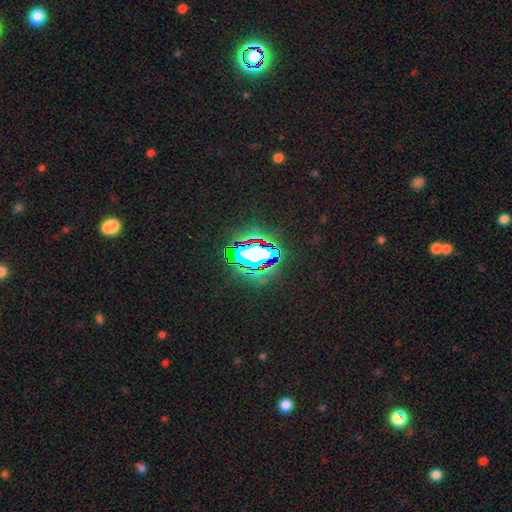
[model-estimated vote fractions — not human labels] smooth-or-featured: star or artifact: 68% | smooth: 18% | featured or disk: 14%